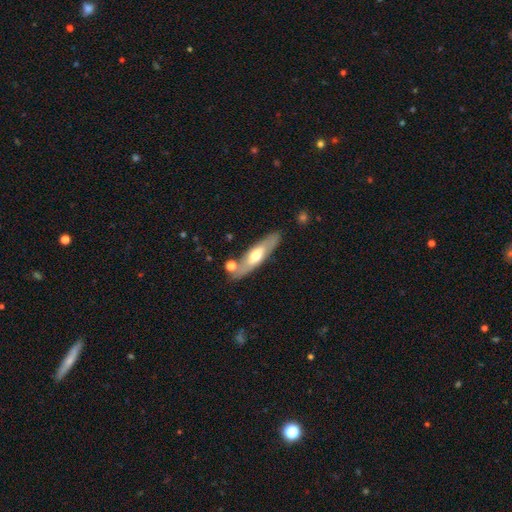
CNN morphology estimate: Overall: featured or disk (49%; smooth 46%). Merging: none (75%).